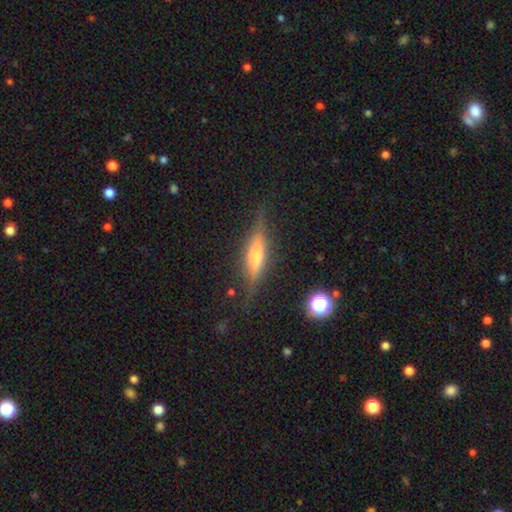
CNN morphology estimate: smooth-or-featured: featured or disk: 63% | smooth: 28% | star or artifact: 9%
  disk-edge-on: yes: 93% | no: 7%
    edge-on-bulge: rounded: 73% | boxy: 16% | none: 10%
  merging: none: 80% | minor disturbance: 14% | major disturbance: 4% | merger: 2%